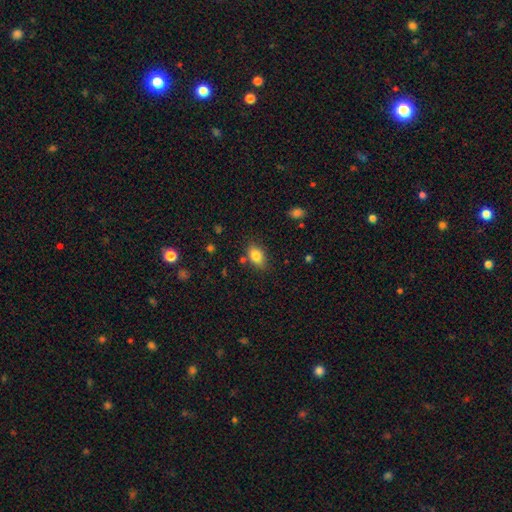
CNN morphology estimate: type=smooth (82%); roundness=in between (84%); merging=none (77%).